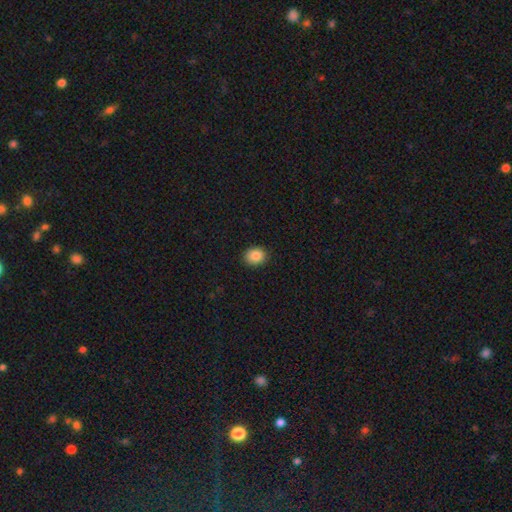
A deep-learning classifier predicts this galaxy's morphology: The model was most divided on "how rounded": round: 50%, in between: 49%, cigar-shaped: 1%. More confident: merging — none (88%); smooth or featured — smooth (87%).